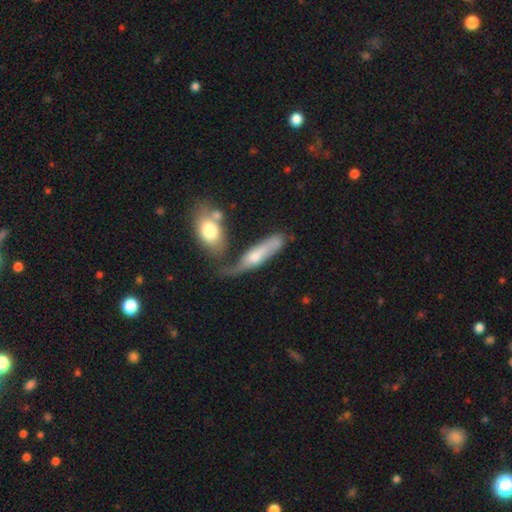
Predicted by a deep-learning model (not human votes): Smooth or featured?
  - smooth: 51% *
  - featured or disk: 42%
  - star or artifact: 7%
How rounded?
  - cigar-shaped: 60% *
  - in between: 37%
  - round: 3%
Merging?
  - none: 36% *
  - merger: 26%
  - minor disturbance: 23%
  - major disturbance: 15%